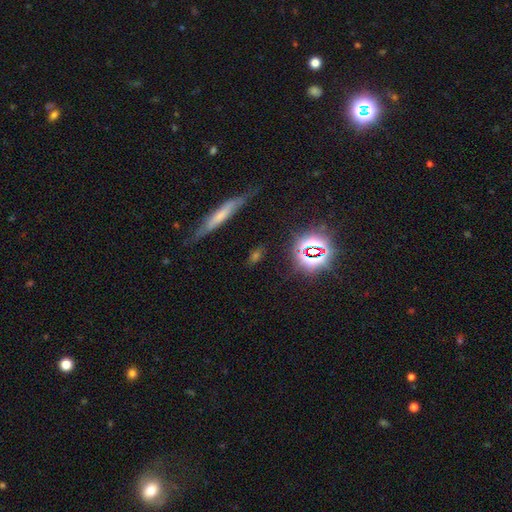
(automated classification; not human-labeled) Morphology: type=smooth (46%); merging=none (73%).